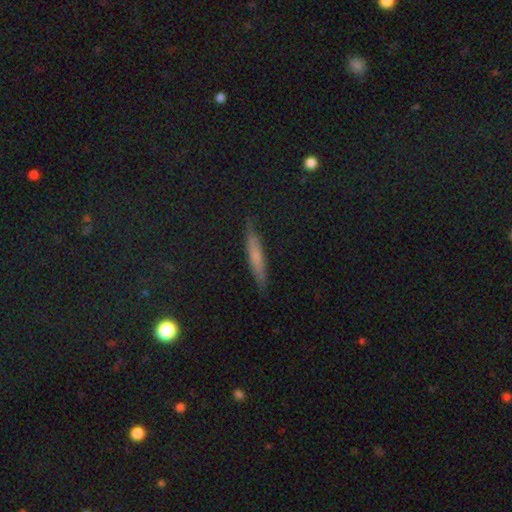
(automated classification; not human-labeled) Smooth or featured: smooth — 58% (featured or disk — 31%)
How rounded: cigar-shaped — 90% (in between — 8%)
Merging: none — 86% (minor disturbance — 11%)